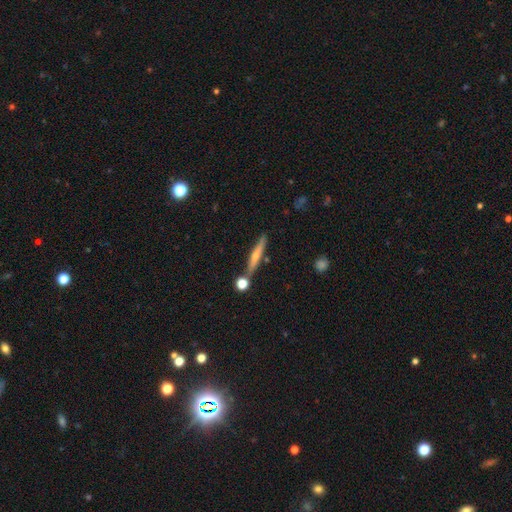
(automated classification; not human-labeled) Smooth or featured?
  - featured or disk: 47% *
  - smooth: 46%
  - star or artifact: 7%
Merging?
  - none: 75% *
  - minor disturbance: 12%
  - merger: 11%
  - major disturbance: 3%